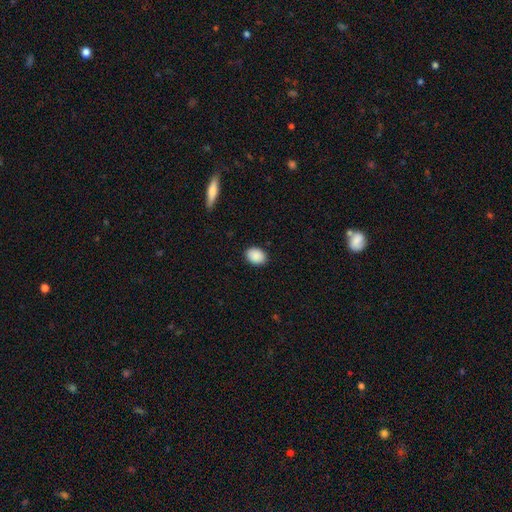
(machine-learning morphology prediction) This is clearly a smooth galaxy (90%). How rounded: likely in between (69%). Merging: clearly none (89%).